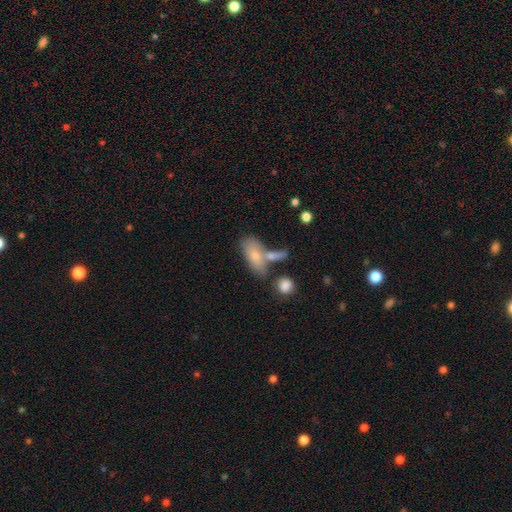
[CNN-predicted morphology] This is likely a smooth galaxy (73%). How rounded: clearly in between (84%). Merging: marginally none (45%).